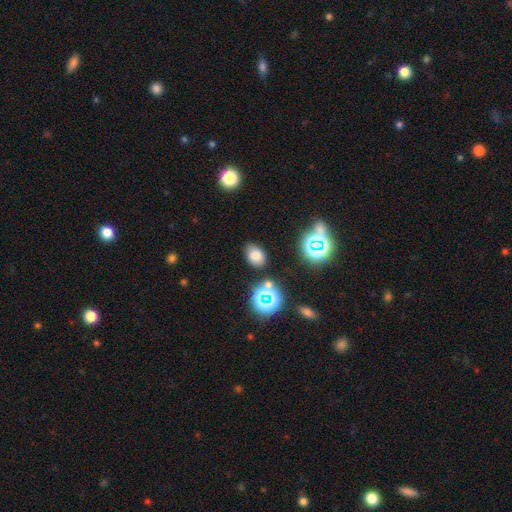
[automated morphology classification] A smooth galaxy with no disk features (73%) that is in between round and cigar-shaped (74%). Merging: none (76%).